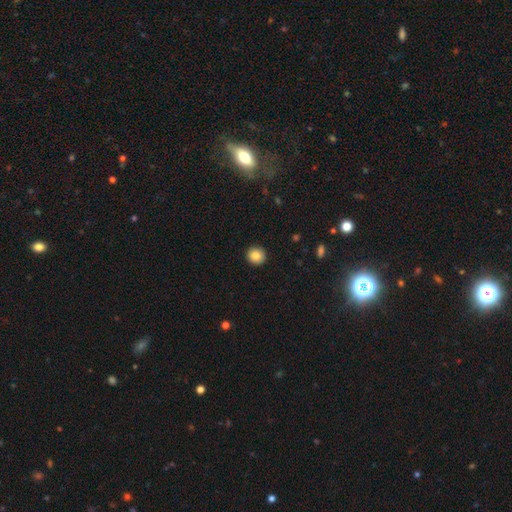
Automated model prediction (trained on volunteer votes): Q: Smooth or featured?
A: smooth (86%); runner-up: star or artifact (9%)
Q: How rounded?
A: round (91%); runner-up: in between (8%)
Q: Merging?
A: none (92%); runner-up: minor disturbance (5%)